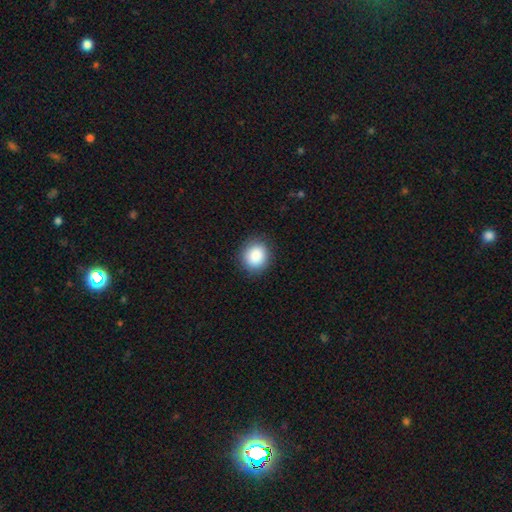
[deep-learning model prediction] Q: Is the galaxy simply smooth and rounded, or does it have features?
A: smooth — 88%.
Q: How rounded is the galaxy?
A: round — 77%.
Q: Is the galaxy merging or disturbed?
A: none — 89%.